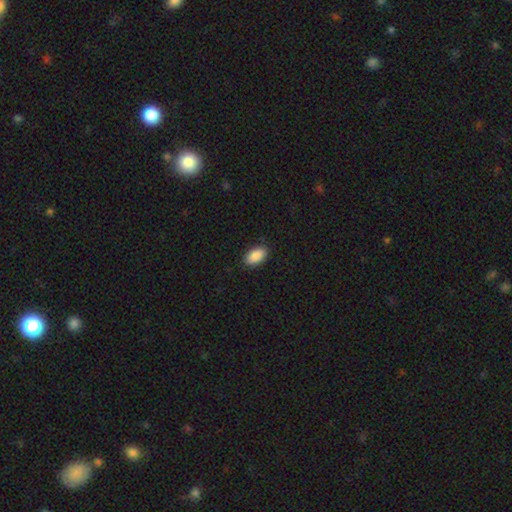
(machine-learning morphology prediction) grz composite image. It shows a smooth galaxy with no disk features (90%) that is in between round and cigar-shaped (94%). Merging: none (88%).